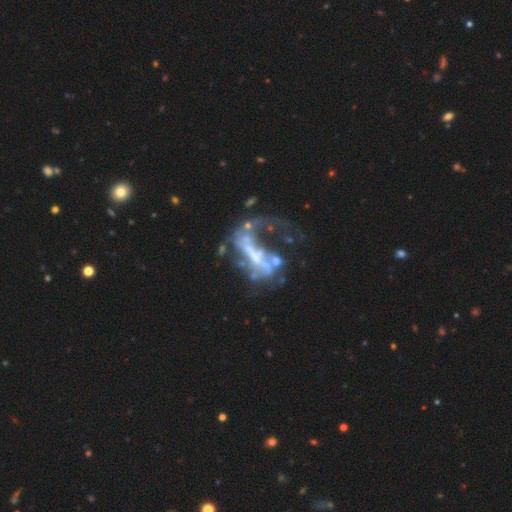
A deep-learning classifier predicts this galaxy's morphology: Smooth or featured? featured or disk (76%)
Edge-on disk? no (94%)
Bar? no (43%)
Spiral arms? yes (51%)
Bulge size? none (41%)
Merging? major disturbance (48%)